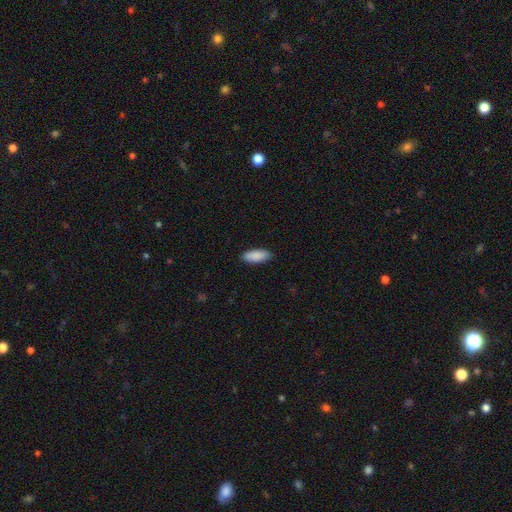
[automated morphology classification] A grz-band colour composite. It shows a smooth galaxy with no disk features (89%) that is in between round and cigar-shaped (80%). Merging: none (88%).